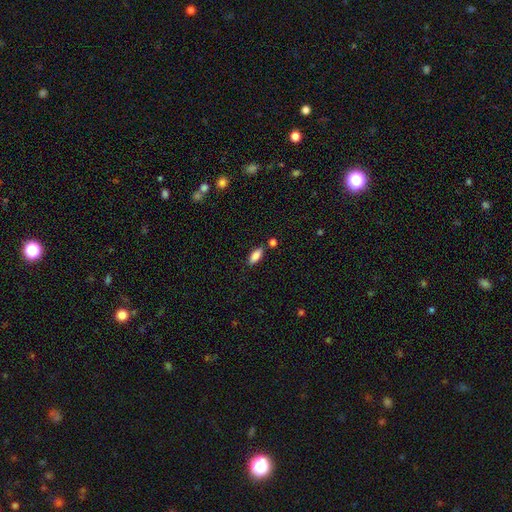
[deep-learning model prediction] Smooth or featured? smooth (84%)
How rounded? in between (82%)
Merging? none (81%)